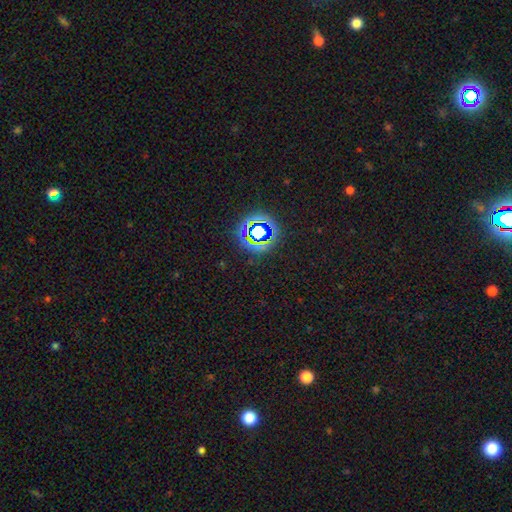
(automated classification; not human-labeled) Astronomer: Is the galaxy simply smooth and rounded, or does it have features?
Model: star or artifact — 77%.